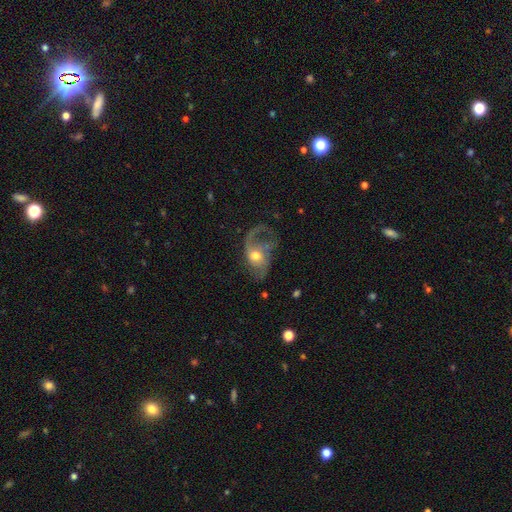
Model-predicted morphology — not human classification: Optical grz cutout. It shows a featured or disk galaxy (69%) with no bar (71%), 2 (48%) loose (61%) spiral arms (78%) and a moderate central bulge (68%). Merging: major disturbance (48%).